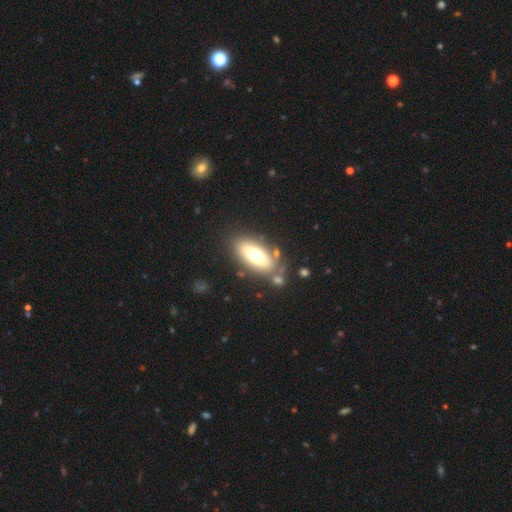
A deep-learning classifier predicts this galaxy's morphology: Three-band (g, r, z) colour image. It shows a smooth galaxy with no disk features (69%) that is in between round and cigar-shaped (82%). Merging: none (73%).